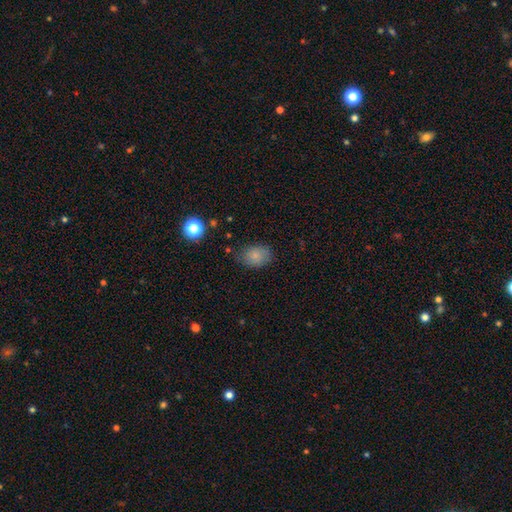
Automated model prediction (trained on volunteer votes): Morphology: type=smooth (82%); roundness=in between (73%); merging=none (75%).